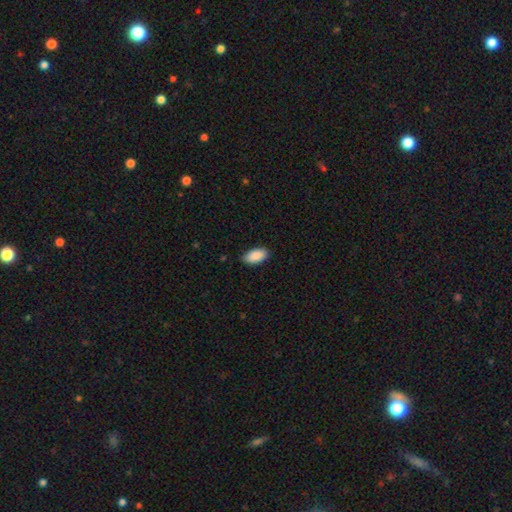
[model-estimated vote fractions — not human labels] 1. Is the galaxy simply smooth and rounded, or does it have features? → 90% smooth, 6% star or artifact, 4% featured or disk.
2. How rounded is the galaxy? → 94% in between, 3% cigar-shaped, 2% round.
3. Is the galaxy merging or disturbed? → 85% none, 12% minor disturbance, 2% major disturbance, 1% merger.